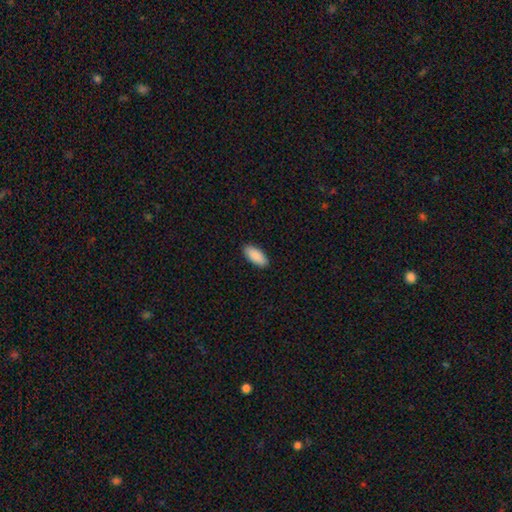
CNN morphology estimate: This is clearly a smooth galaxy (91%). How rounded: clearly in between (88%). Merging: clearly none (90%).